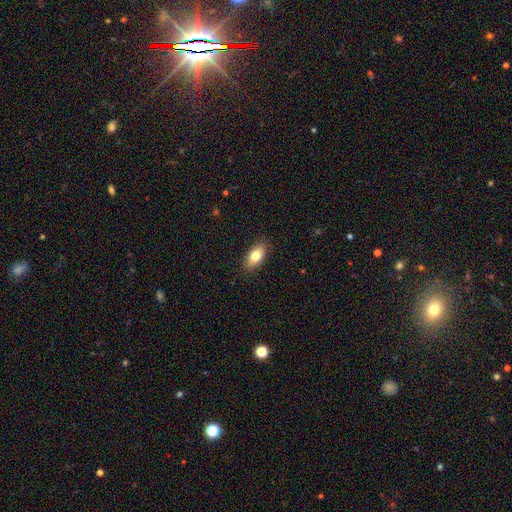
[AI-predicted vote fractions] This is likely a smooth galaxy (78%). How rounded: clearly in between (88%). Merging: clearly none (88%).